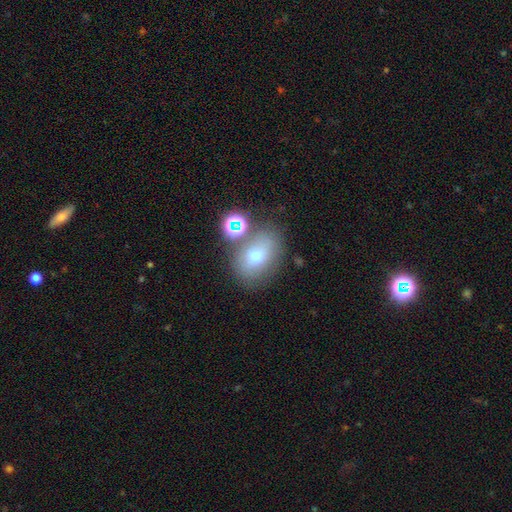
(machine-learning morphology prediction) The model was most divided on "how rounded": in between: 70%, round: 29%, cigar-shaped: 2%. More confident: smooth or featured — smooth (65%); merging — none (64%).